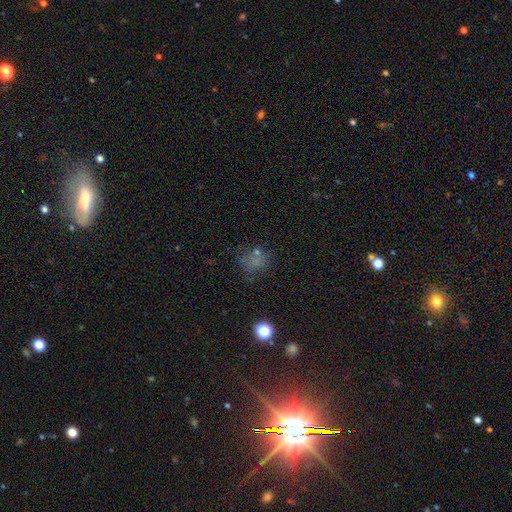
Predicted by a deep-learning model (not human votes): smooth_or_featured: smooth (p=0.55) [alt: star or artifact p=0.28]
how_rounded: round (p=0.67) [alt: in between p=0.31]
merging: none (p=0.55) [alt: minor disturbance p=0.21]